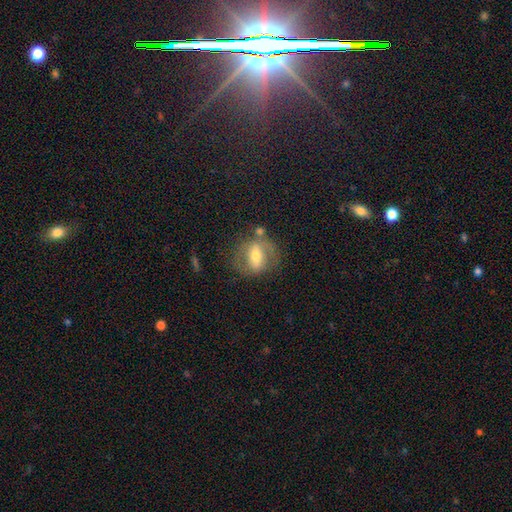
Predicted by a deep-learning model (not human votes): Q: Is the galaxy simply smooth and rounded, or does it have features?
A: featured or disk — 50%.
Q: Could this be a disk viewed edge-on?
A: no — 89%.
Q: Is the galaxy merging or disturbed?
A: none — 61%.